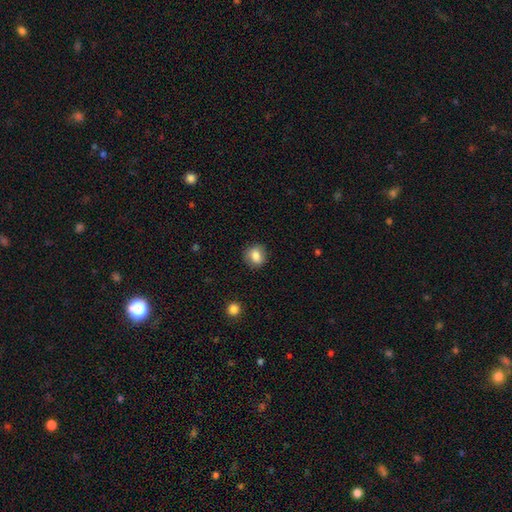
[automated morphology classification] Q: Smooth or featured?
A: smooth (81%); runner-up: featured or disk (10%)
Q: How rounded?
A: round (73%); runner-up: in between (26%)
Q: Merging?
A: none (86%); runner-up: minor disturbance (10%)